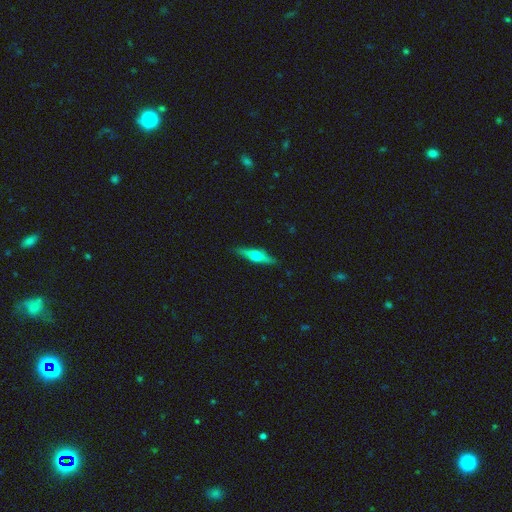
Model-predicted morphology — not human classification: type=featured or disk (60%); edge-on=yes (95%); edge-on bulge=rounded (93%); merging=none (88%).